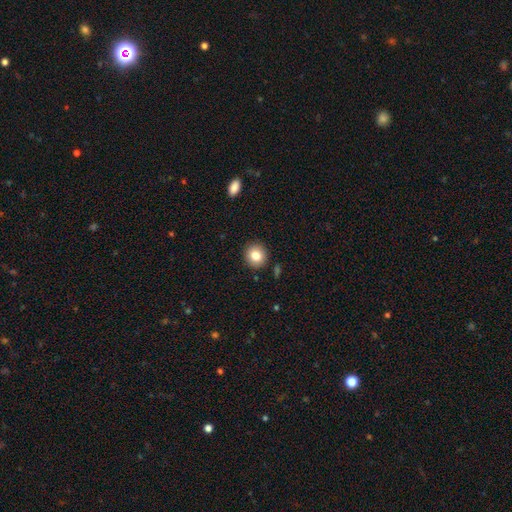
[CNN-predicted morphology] Smooth or featured? Predicted: smooth (p=0.82). How rounded? Predicted: round (p=0.89). Merging? Predicted: none (p=0.90).